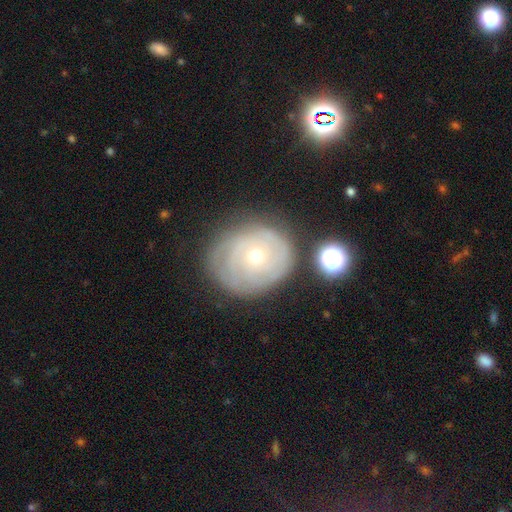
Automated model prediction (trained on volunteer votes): Overall: featured or disk (61%; smooth 29%). Edge-on disk: no (96%). Bar: no (85%). Spiral arms: yes (69%; no 31%). Bulge size: small (56%; moderate 40%). Merging: none (67%).